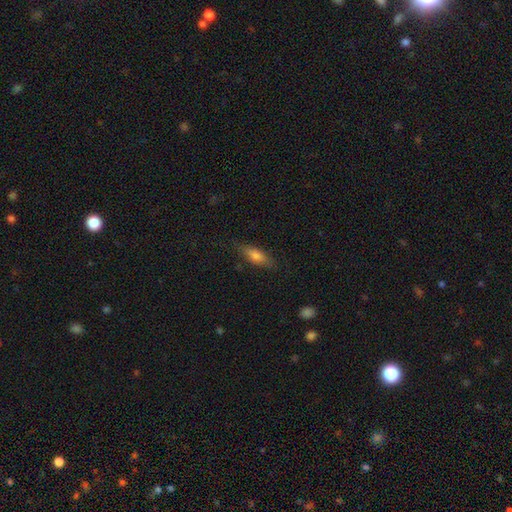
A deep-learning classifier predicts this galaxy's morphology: Smooth or featured?
  - smooth: 72% *
  - featured or disk: 20%
  - star or artifact: 8%
How rounded?
  - in between: 60% *
  - cigar-shaped: 37%
  - round: 3%
Merging?
  - none: 80% *
  - minor disturbance: 15%
  - major disturbance: 4%
  - merger: 1%